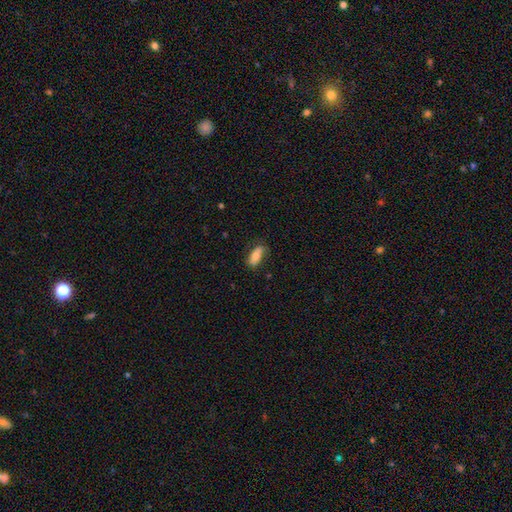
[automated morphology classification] smooth 72%, featured or disk 21%, star or artifact 7%. Down the decision tree: how rounded — in between (76%); merging — none (71%).